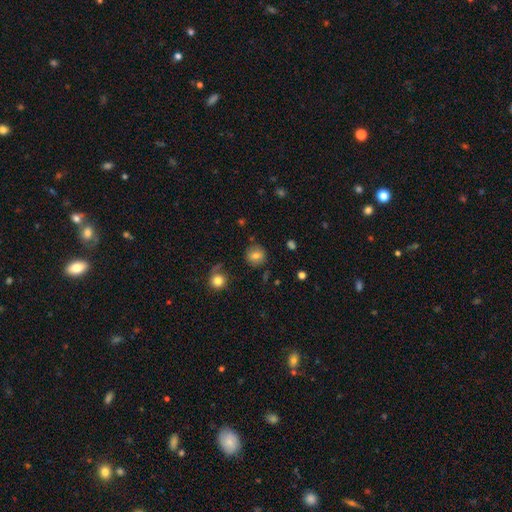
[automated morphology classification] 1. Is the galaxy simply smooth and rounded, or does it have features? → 75% smooth, 13% featured or disk, 12% star or artifact.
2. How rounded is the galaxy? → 87% round, 12% in between, 1% cigar-shaped.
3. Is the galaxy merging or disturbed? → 82% none, 12% minor disturbance, 4% major disturbance, 2% merger.